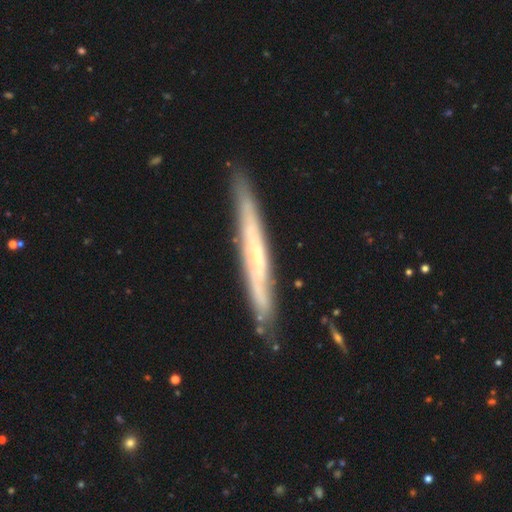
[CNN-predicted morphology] Smooth or featured? Predicted: featured or disk (p=0.68). Edge-on disk? Predicted: yes (p=0.83). Edge-on bulge? Predicted: none (p=0.68). Merging? Predicted: none (p=0.82).